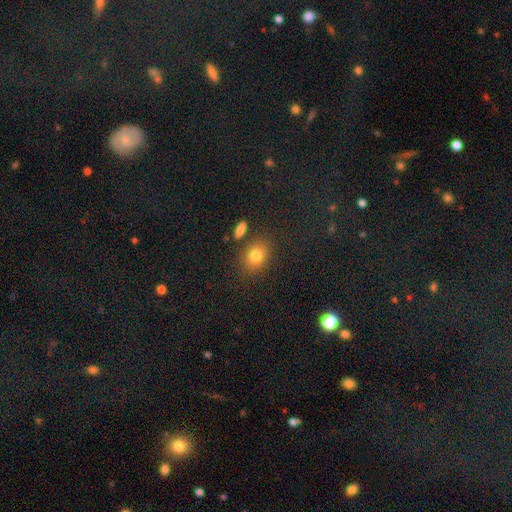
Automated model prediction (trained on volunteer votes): smooth-or-featured: smooth: 79% | star or artifact: 12% | featured or disk: 9%
  how-rounded: in between: 51% | round: 47% | cigar-shaped: 2%
  merging: none: 80% | minor disturbance: 11% | merger: 5% | major disturbance: 4%